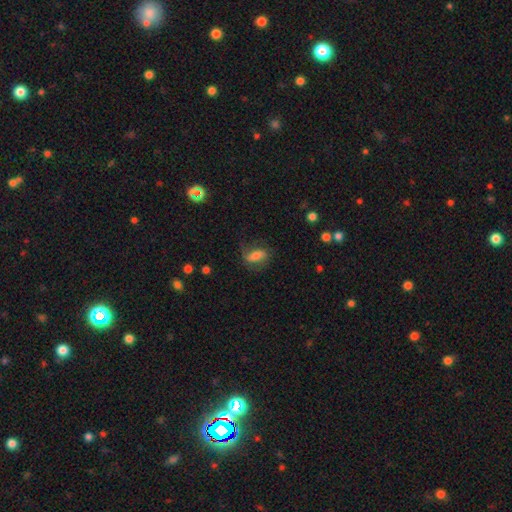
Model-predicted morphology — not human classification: smooth-or-featured: smooth: 52% | featured or disk: 37% | star or artifact: 10%
  how-rounded: in between: 77% | cigar-shaped: 13% | round: 10%
  merging: none: 63% | minor disturbance: 22% | major disturbance: 14% | merger: 2%